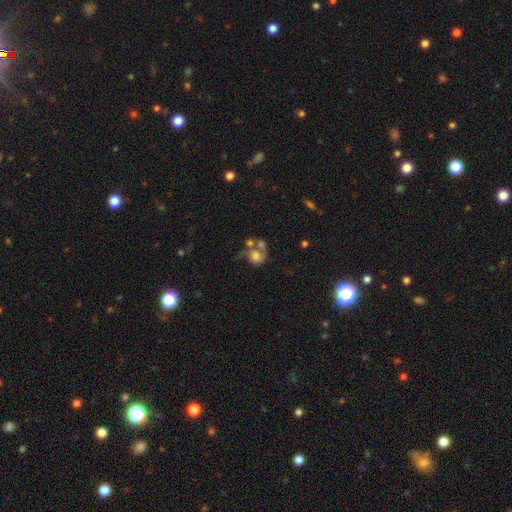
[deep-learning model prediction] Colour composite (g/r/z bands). It shows a smooth galaxy with no disk features (51%) that is round (68%). Merging: merger (41%).